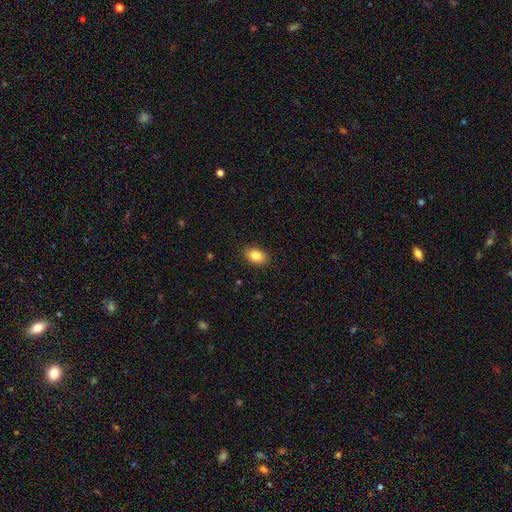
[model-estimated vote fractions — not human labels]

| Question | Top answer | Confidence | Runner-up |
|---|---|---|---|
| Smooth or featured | smooth | 85% | star or artifact (8%) |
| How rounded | in between | 85% | round (14%) |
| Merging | none | 89% | minor disturbance (8%) |